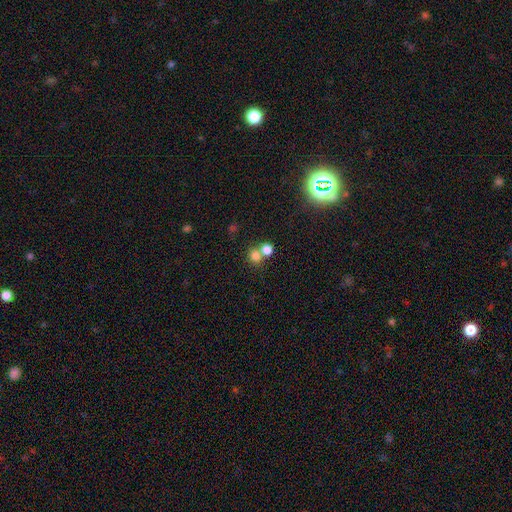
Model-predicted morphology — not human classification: smooth 77%, star or artifact 15%, featured or disk 8%. Down the decision tree: how rounded — round (79%); merging — none (48%).